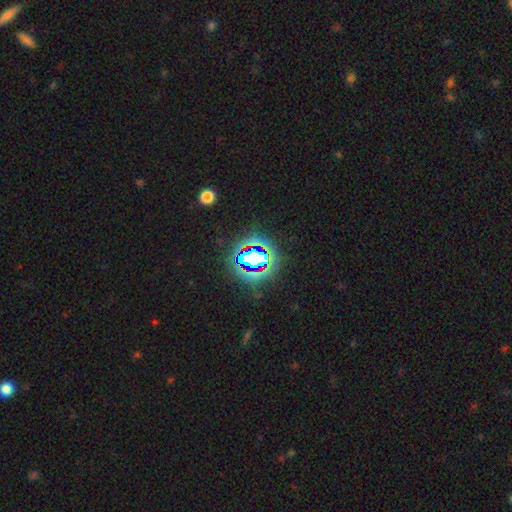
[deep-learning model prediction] Smooth or featured? star or artifact (69%)